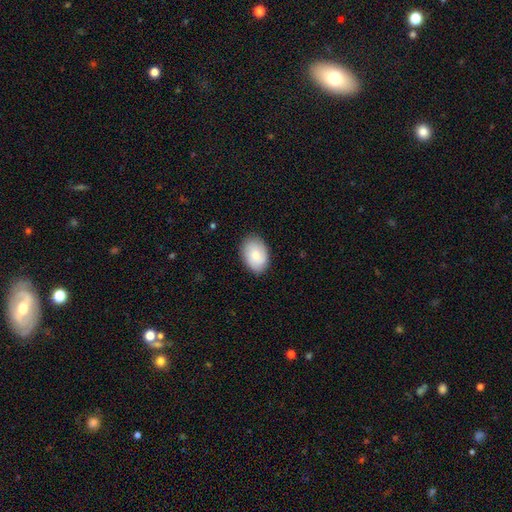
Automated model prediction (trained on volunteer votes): Smooth or featured?
  - smooth: 75% *
  - featured or disk: 19%
  - star or artifact: 6%
How rounded?
  - in between: 83% *
  - round: 16%
  - cigar-shaped: 1%
Merging?
  - none: 84% *
  - minor disturbance: 12%
  - major disturbance: 3%
  - merger: 1%